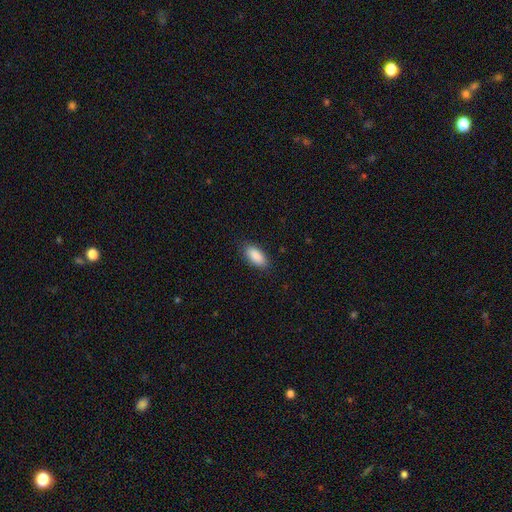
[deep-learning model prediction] smooth 90%, star or artifact 6%, featured or disk 4%. Down the decision tree: how rounded — in between (89%); merging — none (87%).